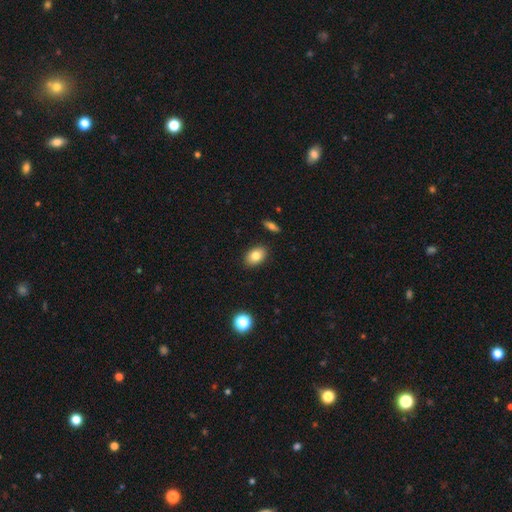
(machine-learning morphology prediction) This is clearly a smooth galaxy (81%). How rounded: clearly in between (84%). Merging: clearly none (88%).